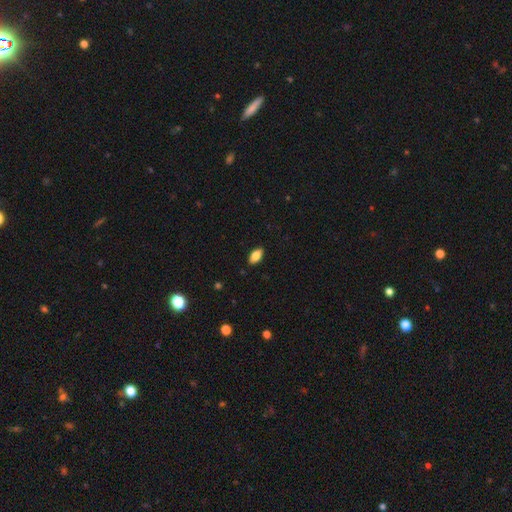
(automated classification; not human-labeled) Smooth or featured? smooth (81%)
How rounded? in between (90%)
Merging? none (89%)